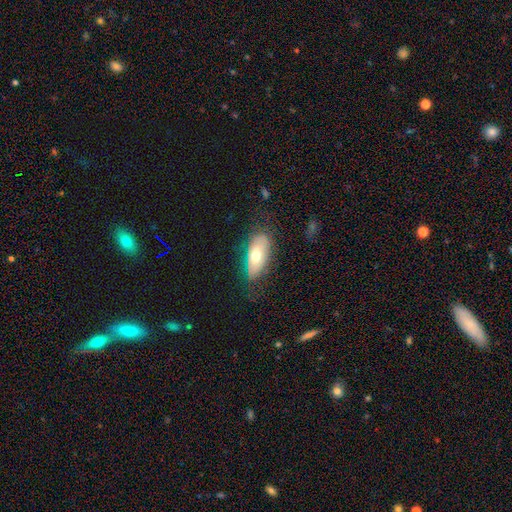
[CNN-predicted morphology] smooth_or_featured: smooth (p=0.58) [alt: featured or disk p=0.35]
how_rounded: in between (p=0.89) [alt: cigar-shaped p=0.07]
merging: none (p=0.72) [alt: minor disturbance p=0.20]